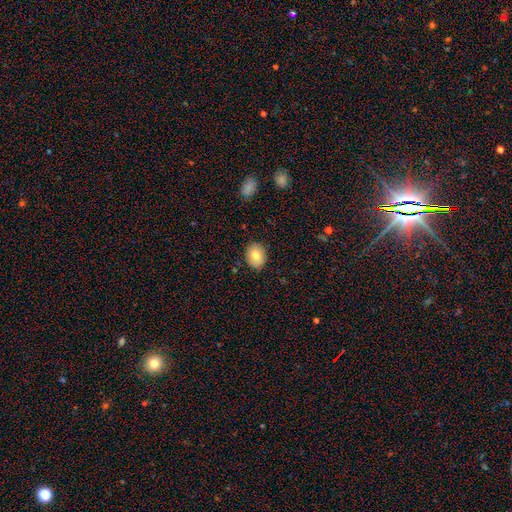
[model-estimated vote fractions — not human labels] The model was most divided on "how rounded": in between: 58%, round: 41%, cigar-shaped: 1%. More confident: merging — none (88%); smooth or featured — smooth (79%).